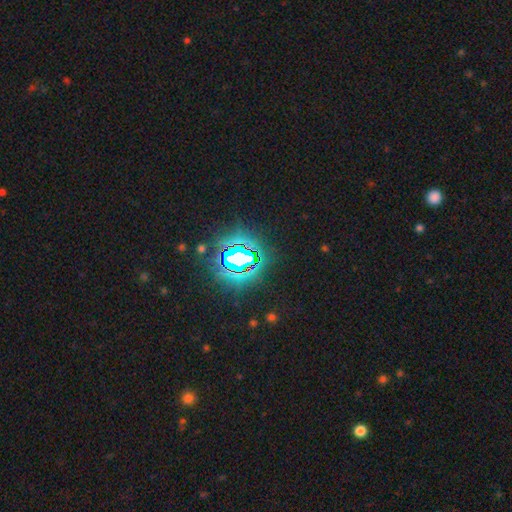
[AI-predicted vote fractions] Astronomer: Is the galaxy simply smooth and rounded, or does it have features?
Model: star or artifact — 85%.